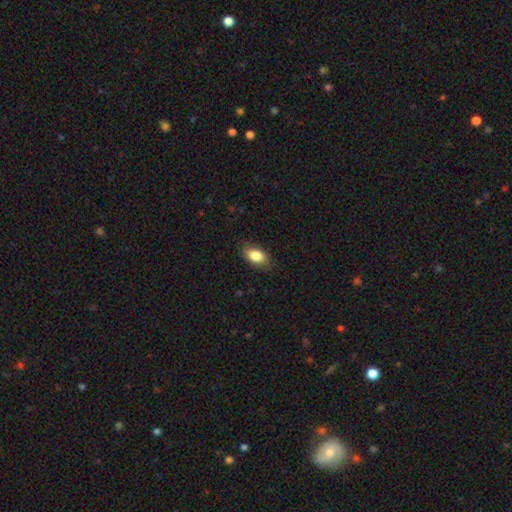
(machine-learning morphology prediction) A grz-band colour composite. It shows a smooth galaxy with no disk features (83%) that is in between round and cigar-shaped (90%). Merging: none (83%).